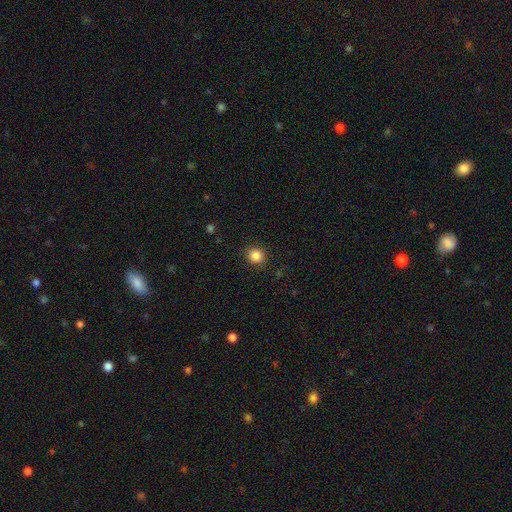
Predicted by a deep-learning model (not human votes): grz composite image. It shows a smooth galaxy with no disk features (86%) that is round (86%). Merging: none (89%).